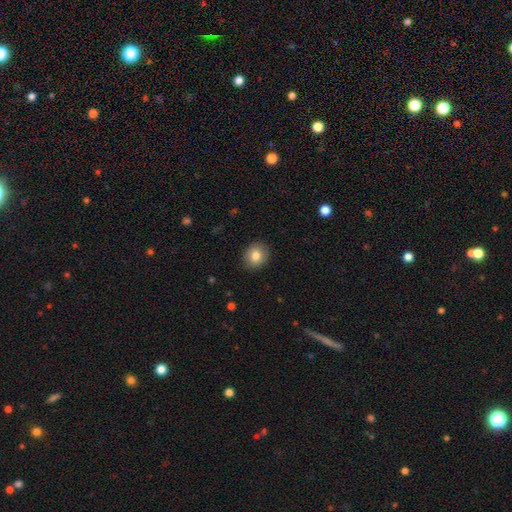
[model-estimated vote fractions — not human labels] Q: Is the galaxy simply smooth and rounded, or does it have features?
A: smooth — 82%.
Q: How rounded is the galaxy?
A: round — 72%.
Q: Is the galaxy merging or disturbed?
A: none — 89%.